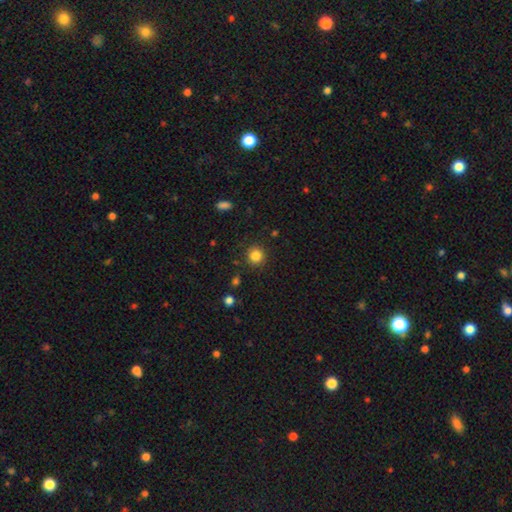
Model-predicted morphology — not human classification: This is clearly a smooth galaxy (84%). How rounded: clearly round (92%). Merging: clearly none (88%).